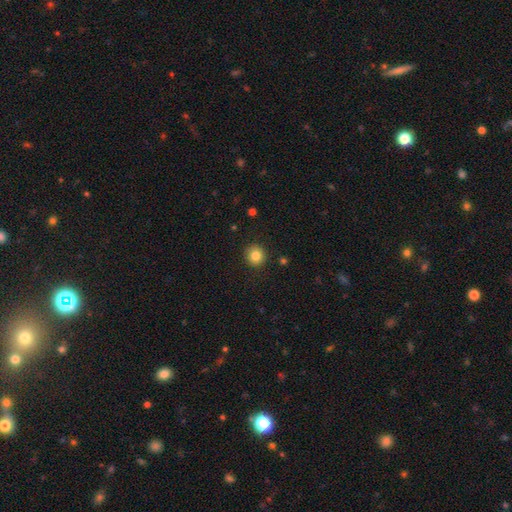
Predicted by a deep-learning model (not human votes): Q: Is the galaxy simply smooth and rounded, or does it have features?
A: smooth — 83%.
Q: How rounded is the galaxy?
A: round — 92%.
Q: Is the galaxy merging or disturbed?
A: none — 91%.